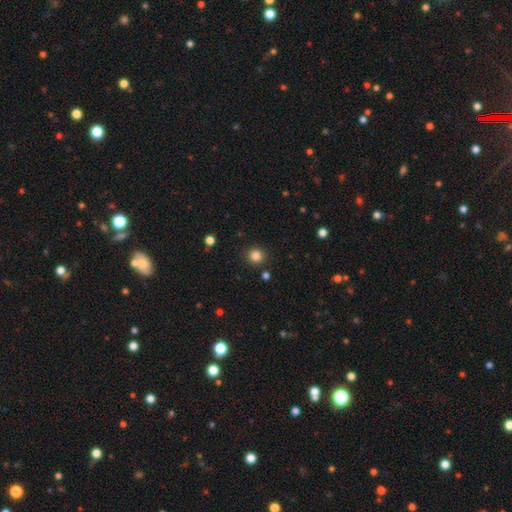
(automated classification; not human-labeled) Smooth or featured?
  - smooth: 83% *
  - star or artifact: 12%
  - featured or disk: 4%
How rounded?
  - round: 90% *
  - in between: 9%
  - cigar-shaped: 1%
Merging?
  - none: 90% *
  - minor disturbance: 6%
  - major disturbance: 2%
  - merger: 2%